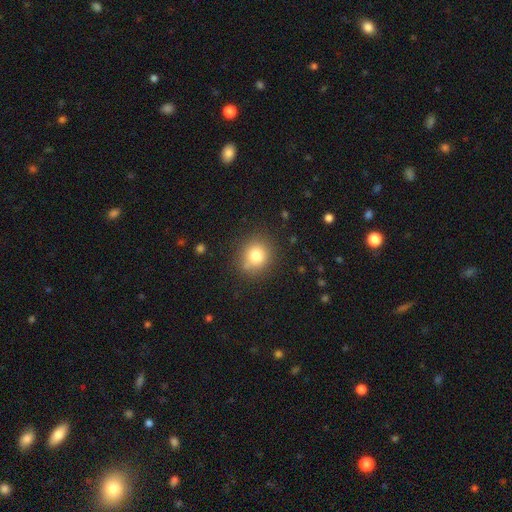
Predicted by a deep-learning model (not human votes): smooth_or_featured: smooth (p=0.79) [alt: star or artifact p=0.12]
how_rounded: round (p=0.84) [alt: in between p=0.15]
merging: none (p=0.80) [alt: minor disturbance p=0.13]